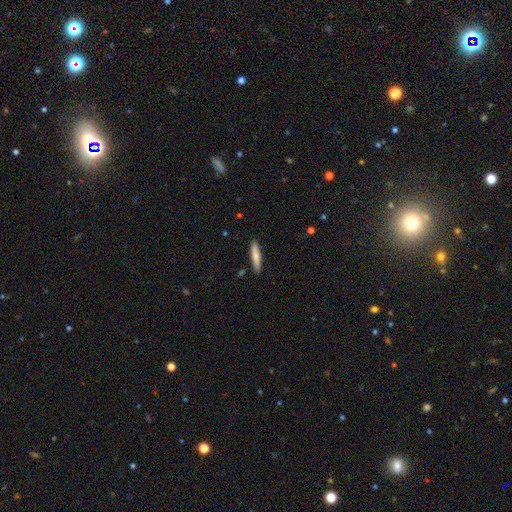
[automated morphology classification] A smooth galaxy with no disk features (74%) that is cigar-shaped (87%). Merging: none (89%).